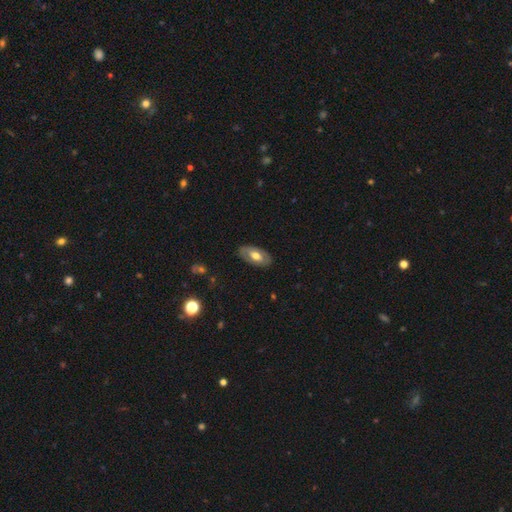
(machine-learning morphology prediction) type=smooth (48%); merging=none (83%).